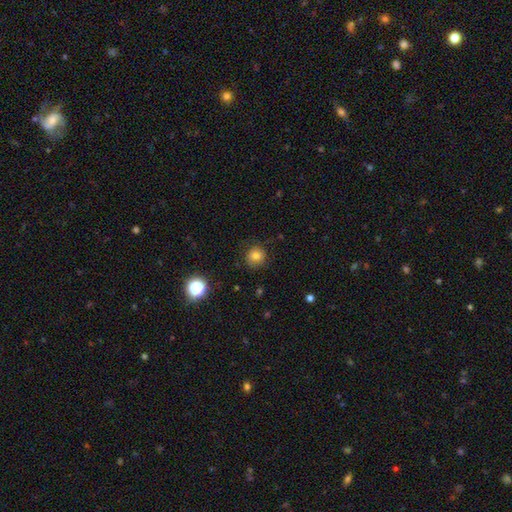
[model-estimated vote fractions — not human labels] The model was most divided on "smooth or featured": smooth: 79%, star or artifact: 13%, featured or disk: 8%. More confident: how rounded — round (91%); merging — none (86%).